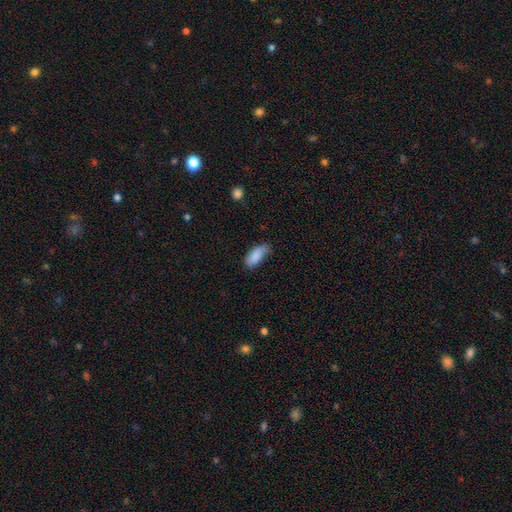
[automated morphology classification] This appears to be a smooth galaxy with no disk features (85%) that is in between round and cigar-shaped (85%). Merging: none (61%).